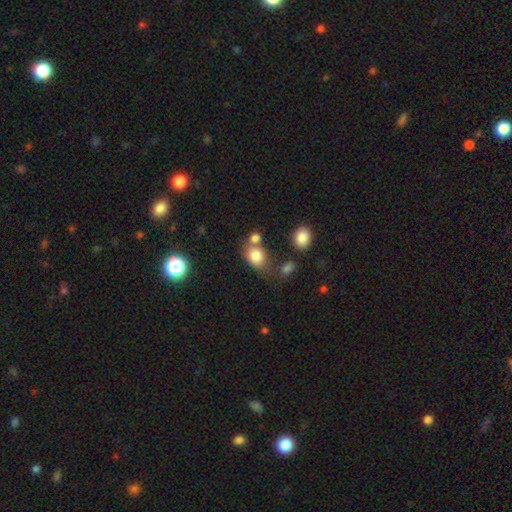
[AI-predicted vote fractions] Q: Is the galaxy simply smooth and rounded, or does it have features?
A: smooth — 80%.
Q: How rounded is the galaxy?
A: in between — 54%.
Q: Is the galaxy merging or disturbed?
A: none — 45%.